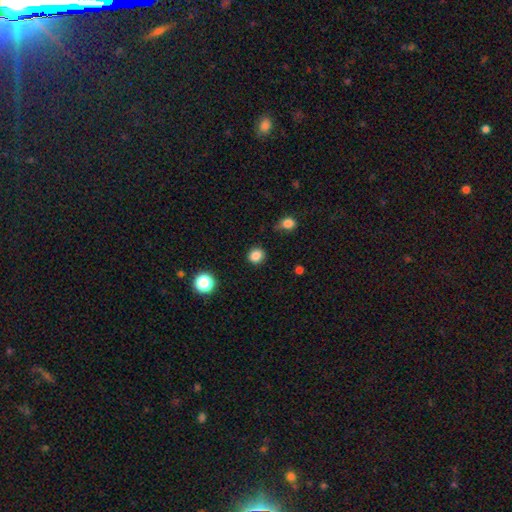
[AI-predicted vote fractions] smooth_or_featured: smooth (p=0.85) [alt: star or artifact p=0.12]
how_rounded: round (p=0.87) [alt: in between p=0.13]
merging: none (p=0.88) [alt: minor disturbance p=0.08]